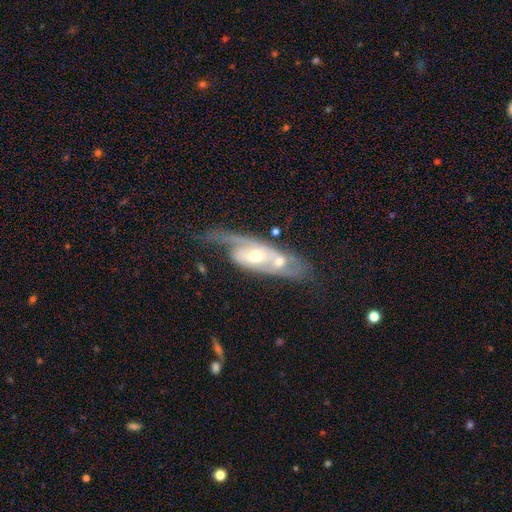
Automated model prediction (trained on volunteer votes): Q: Smooth or featured?
A: featured or disk (77%); runner-up: smooth (18%)
Q: Edge-on disk?
A: no (88%); runner-up: yes (12%)
Q: Bar?
A: no (58%); runner-up: weak (31%)
Q: Spiral arms?
A: yes (80%); runner-up: no (20%)
Q: Spiral winding?
A: medium (40%); runner-up: tight (32%)
Q: Spiral arm count?
A: 2 (43%); runner-up: 1 (33%)
Q: Bulge size?
A: moderate (58%); runner-up: small (34%)
Q: Merging?
A: merger (34%); runner-up: none (30%)